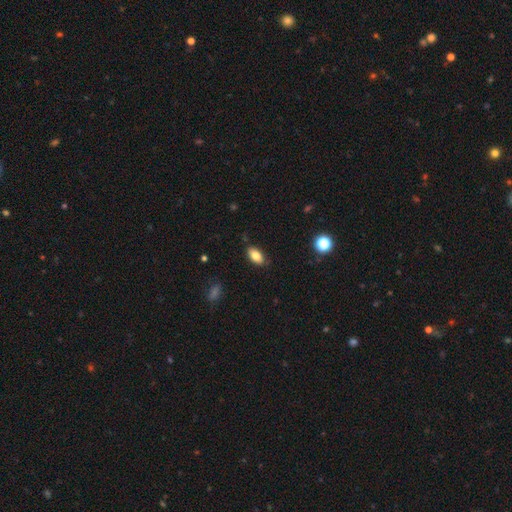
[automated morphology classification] The model was most divided on "smooth or featured": smooth: 80%, featured or disk: 12%, star or artifact: 8%. More confident: how rounded — in between (91%); merging — none (84%).